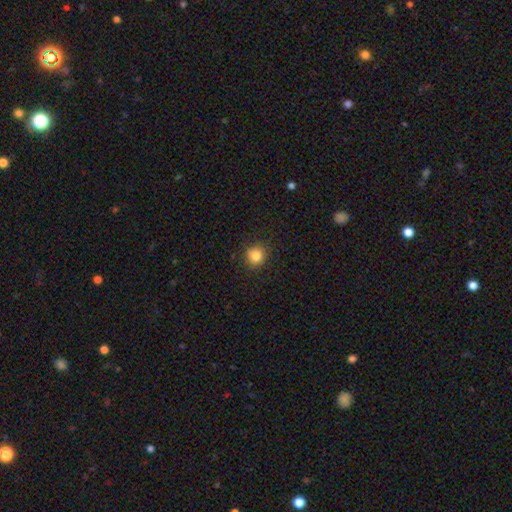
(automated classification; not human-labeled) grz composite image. It shows a smooth galaxy with no disk features (84%) that is round (90%). Merging: none (89%).